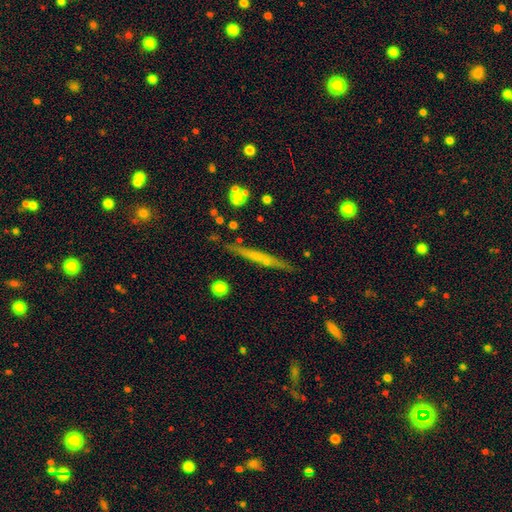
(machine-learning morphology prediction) A featured or disk galaxy (52%) viewed edge-on (94%). Merging: none (84%).